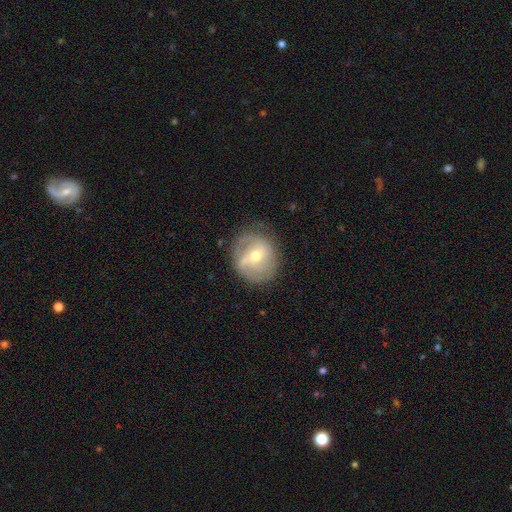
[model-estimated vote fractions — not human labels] The model was most divided on "spiral winding" (2-way tie): medium: 42%, tight: 42%, loose: 16%. Remaining: edge-on disk — no (97%); spiral arms — yes (90%); merging — none (77%); smooth or featured — featured or disk (76%); bulge size — moderate (64%); spiral arm count — 2 (47%); bar — weak (45%).